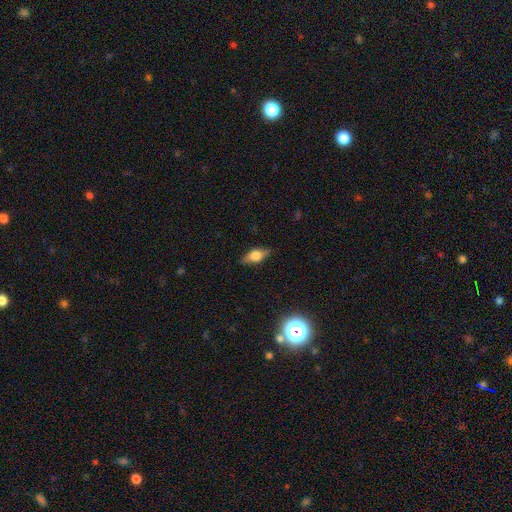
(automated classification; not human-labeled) smooth-or-featured: featured or disk: 47% | smooth: 45% | star or artifact: 9%
  merging: none: 84% | minor disturbance: 12% | major disturbance: 3% | merger: 1%